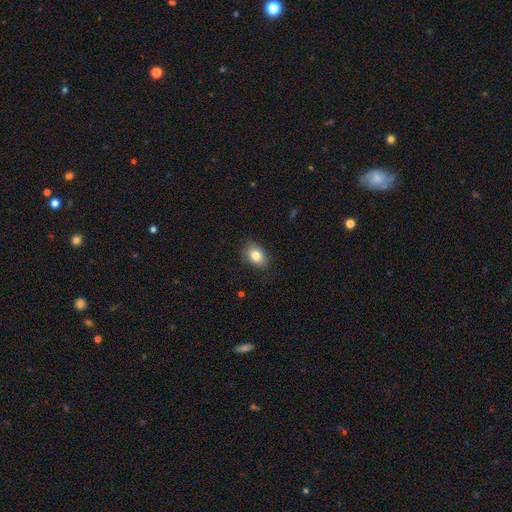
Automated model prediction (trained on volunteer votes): smooth_or_featured: smooth (p=0.81) [alt: featured or disk p=0.10]
how_rounded: in between (p=0.76) [alt: round p=0.23]
merging: none (p=0.82) [alt: minor disturbance p=0.14]